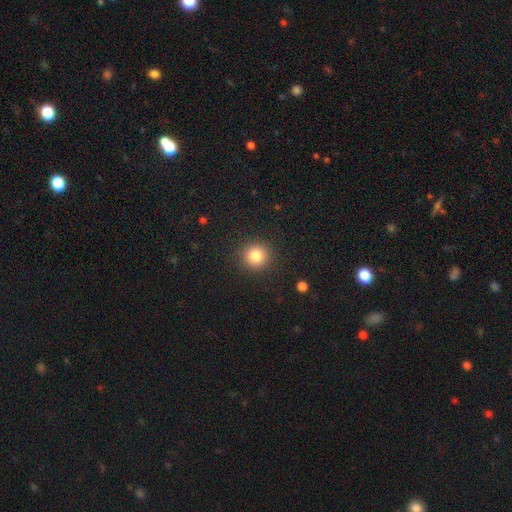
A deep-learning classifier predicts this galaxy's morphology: smooth-or-featured: smooth: 83% | star or artifact: 11% | featured or disk: 6%
  how-rounded: round: 92% | in between: 7% | cigar-shaped: 1%
  merging: none: 90% | minor disturbance: 6% | major disturbance: 3% | merger: 1%